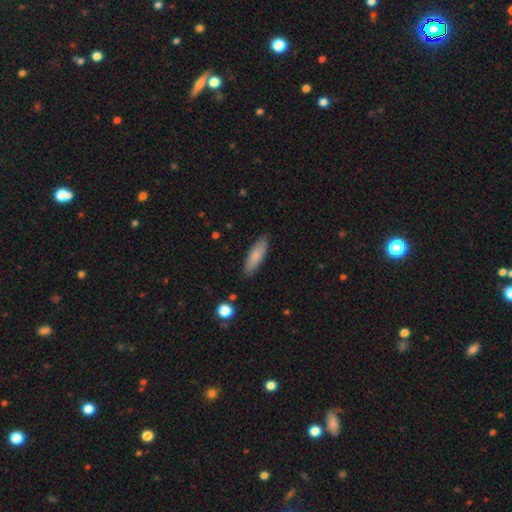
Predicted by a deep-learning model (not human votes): Morphology: type=smooth (79%); roundness=in between (51%); merging=none (84%).